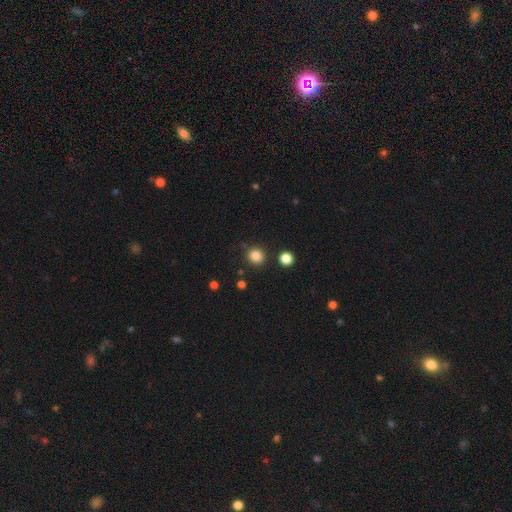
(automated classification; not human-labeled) A smooth galaxy with no disk features (83%) that is round (91%). Merging: none (87%).